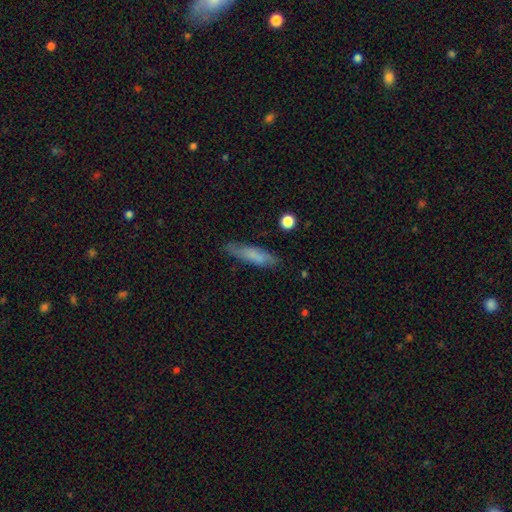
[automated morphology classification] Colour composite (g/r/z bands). It shows a smooth galaxy with no disk features (69%) that is cigar-shaped (70%). Merging: none (73%).